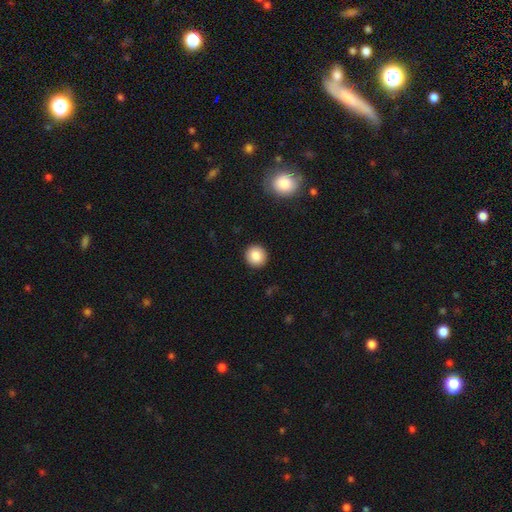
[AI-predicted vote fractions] Morphology: type=smooth (85%); roundness=round (90%); merging=none (92%).